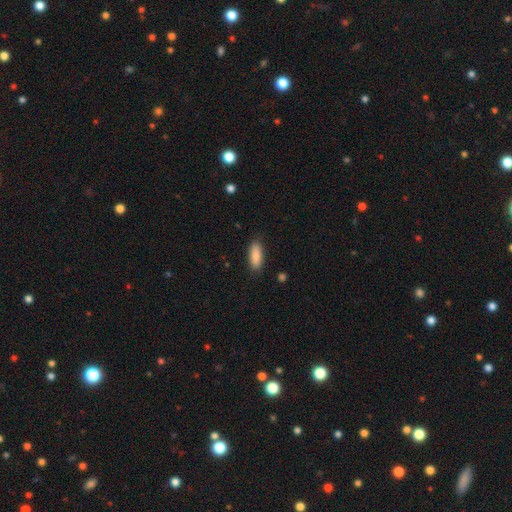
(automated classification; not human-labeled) This appears to be a smooth galaxy with no disk features (86%) that is in between round and cigar-shaped (72%). Merging: none (86%).